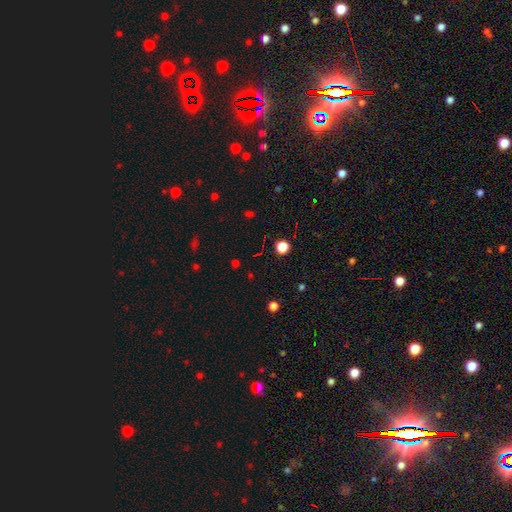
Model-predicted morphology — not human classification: This is possibly a star or artifact rather than a galaxy (58%).